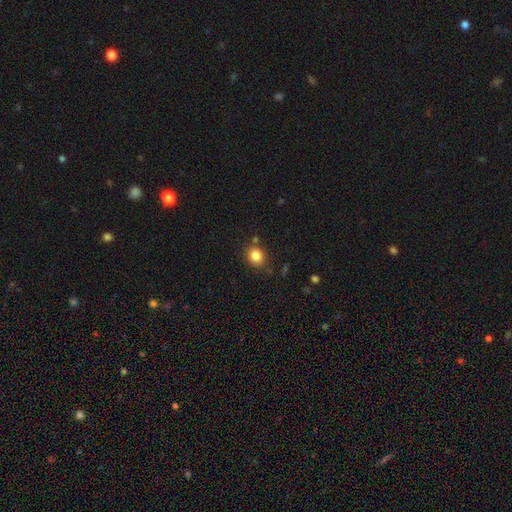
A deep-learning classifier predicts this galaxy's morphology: A smooth galaxy with no disk features (84%) that is round (70%). Merging: none (80%).